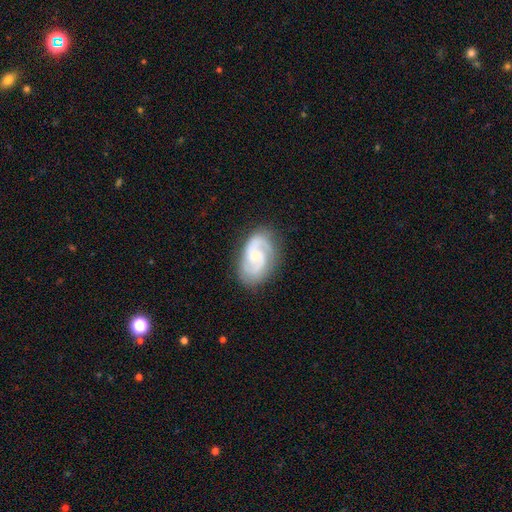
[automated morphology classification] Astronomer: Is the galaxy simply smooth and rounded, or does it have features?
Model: featured or disk — 82%.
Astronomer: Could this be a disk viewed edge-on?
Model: no — 97%.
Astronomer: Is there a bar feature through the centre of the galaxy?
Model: no — 58% (runner-up: weak, 36%).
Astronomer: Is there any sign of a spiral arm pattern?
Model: yes — 97%.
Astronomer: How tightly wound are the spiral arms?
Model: medium — 49% (runner-up: tight, 36%).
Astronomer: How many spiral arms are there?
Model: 2 — 80%.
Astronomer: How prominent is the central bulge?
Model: small — 59%.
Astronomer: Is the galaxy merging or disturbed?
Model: none — 79%.